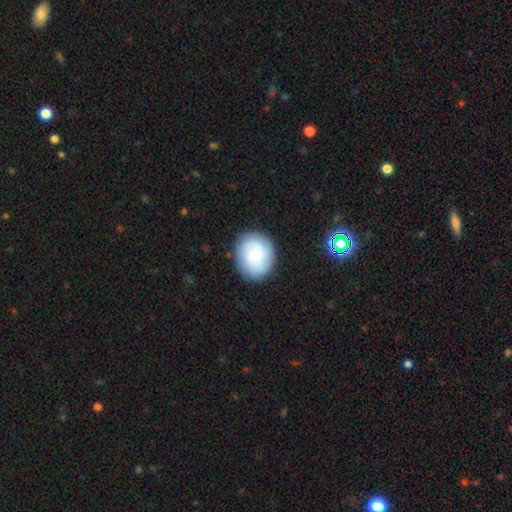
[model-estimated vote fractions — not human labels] A smooth galaxy with no disk features (64%) that is round (66%). Merging: none (84%).